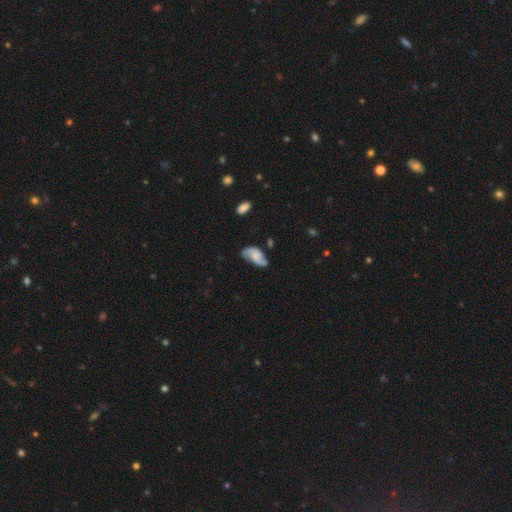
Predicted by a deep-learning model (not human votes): The model was most divided on "spiral winding": loose: 44%, medium: 38%, tight: 17%. Remaining: edge-on disk — no (96%); spiral arms — yes (90%); spiral arm count — 2 (83%); bar — no (63%); smooth or featured — featured or disk (60%); merging — none (55%); bulge size — none (42%).